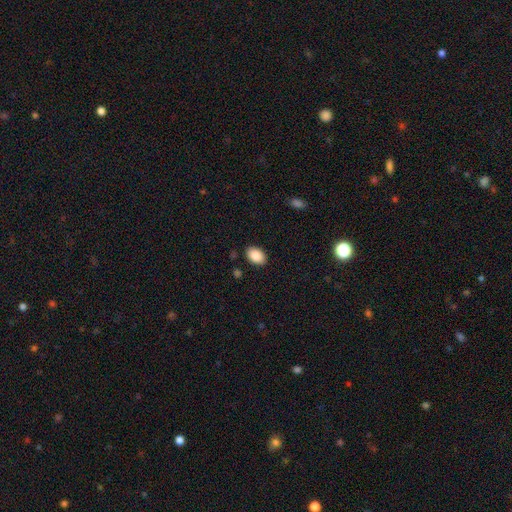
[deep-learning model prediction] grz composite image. It shows a smooth galaxy with no disk features (89%) that is in between round and cigar-shaped (86%). Merging: none (88%).